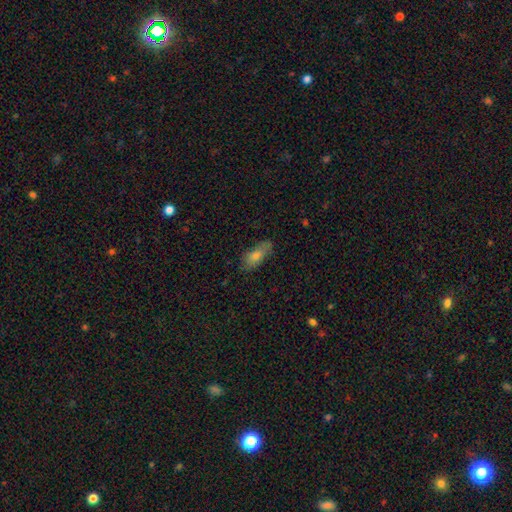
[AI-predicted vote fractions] smooth 69%, featured or disk 20%, star or artifact 10%. Down the decision tree: how rounded — in between (68%); merging — none (77%).